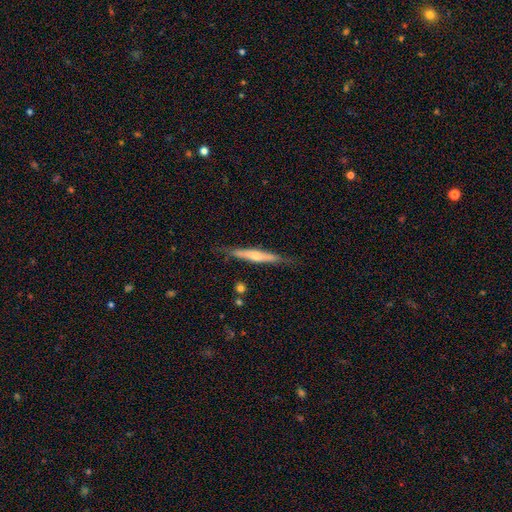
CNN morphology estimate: This is possibly a featured or disk galaxy (55%). It is clearly viewed edge-on (95%). Edge-on bulge: likely rounded (68%). Merging: clearly none (80%).